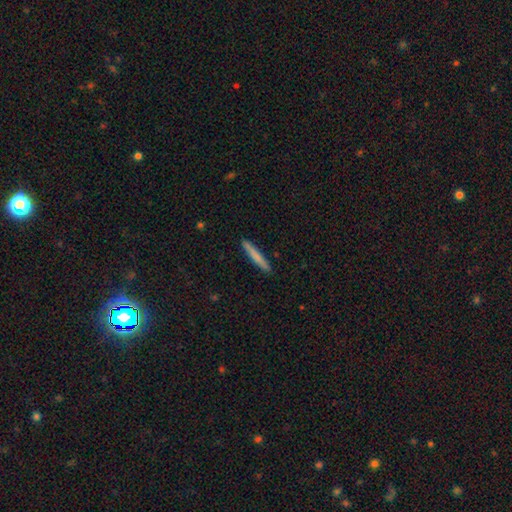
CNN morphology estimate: smooth 73%, featured or disk 22%, star or artifact 5%. Down the decision tree: how rounded — cigar-shaped (96%); merging — none (91%).